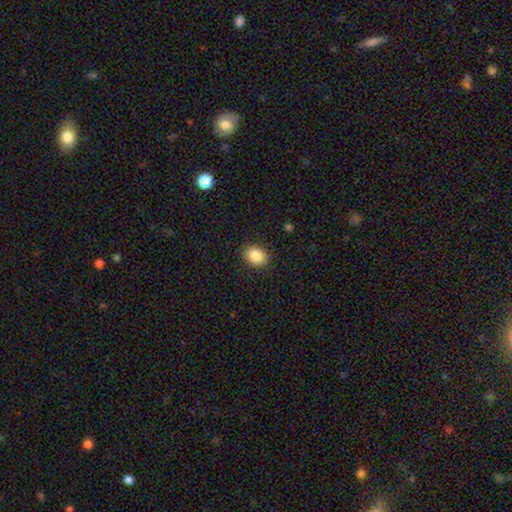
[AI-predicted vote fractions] A smooth galaxy with no disk features (87%) that is in between round and cigar-shaped (67%).

Vote fractions:
- Smooth or featured? smooth: 87% / star or artifact: 8% / featured or disk: 5%
- How rounded? in between: 67% / round: 32% / cigar-shaped: 1%
- Merging? none: 88% / minor disturbance: 8% / major disturbance: 2% / merger: 1%